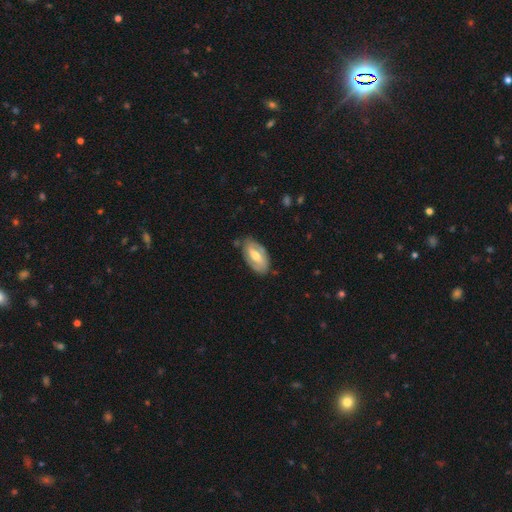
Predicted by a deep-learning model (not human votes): A featured or disk galaxy (58%) with a weak bar (40%), spiral arms (55%) and a moderate central bulge (68%). Merging: none (76%).